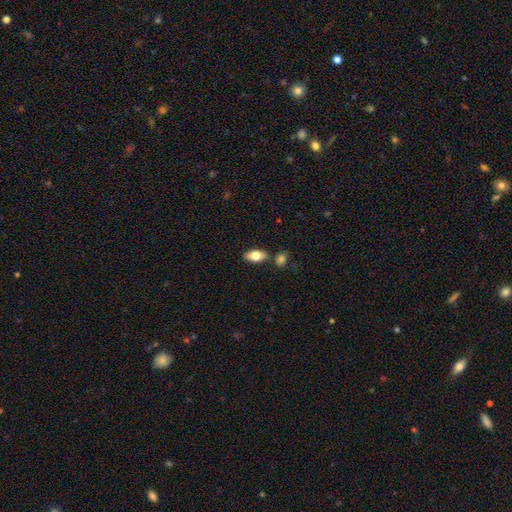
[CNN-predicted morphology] This appears to be a smooth galaxy with no disk features (76%) that is in between round and cigar-shaped (90%). Merging: none (78%).